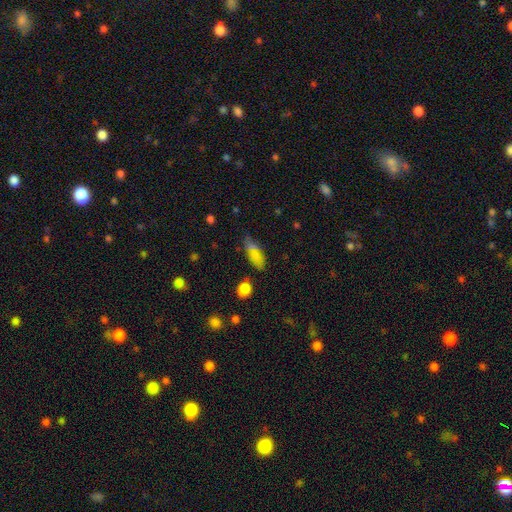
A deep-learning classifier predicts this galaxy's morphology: Smooth or featured?
  - smooth: 76% *
  - featured or disk: 13%
  - star or artifact: 11%
How rounded?
  - in between: 73% *
  - cigar-shaped: 23%
  - round: 4%
Merging?
  - none: 57% *
  - minor disturbance: 23%
  - merger: 12%
  - major disturbance: 8%